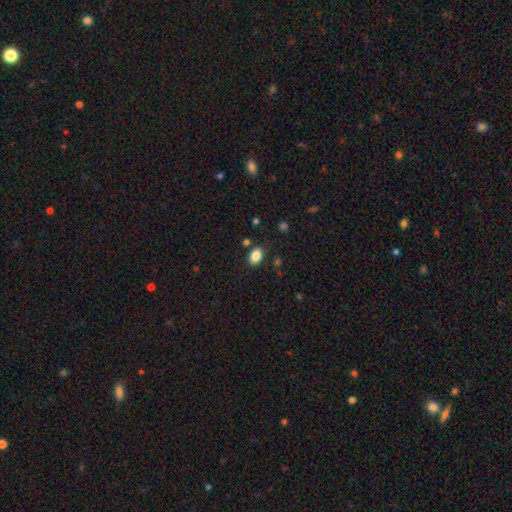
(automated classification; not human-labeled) smooth_or_featured: smooth (p=0.86) [alt: star or artifact p=0.09]
how_rounded: in between (p=0.83) [alt: round p=0.16]
merging: none (p=0.82) [alt: minor disturbance p=0.12]